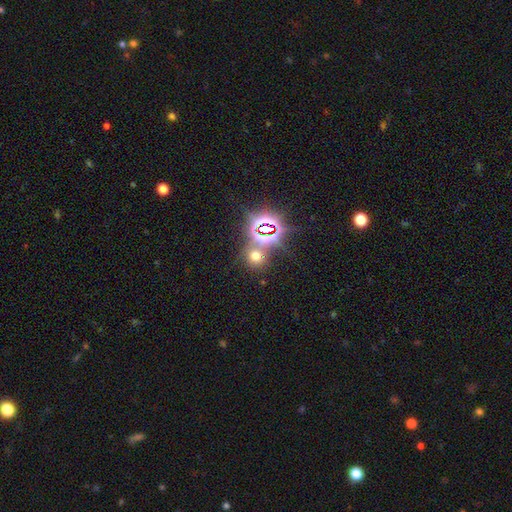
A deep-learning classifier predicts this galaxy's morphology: smooth_or_featured: smooth (p=0.48) [alt: star or artifact p=0.44]
merging: none (p=0.71) [alt: merger p=0.17]